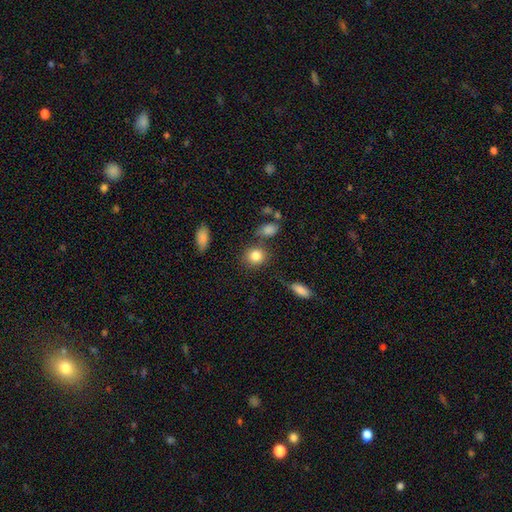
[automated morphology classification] This appears to be a smooth galaxy with no disk features (84%) that is round (79%). Merging: none (74%).